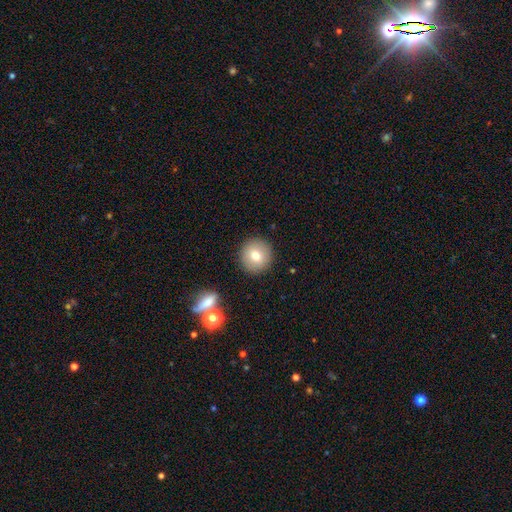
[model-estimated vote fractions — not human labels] Smooth or featured? smooth (76%)
How rounded? round (94%)
Merging? none (90%)